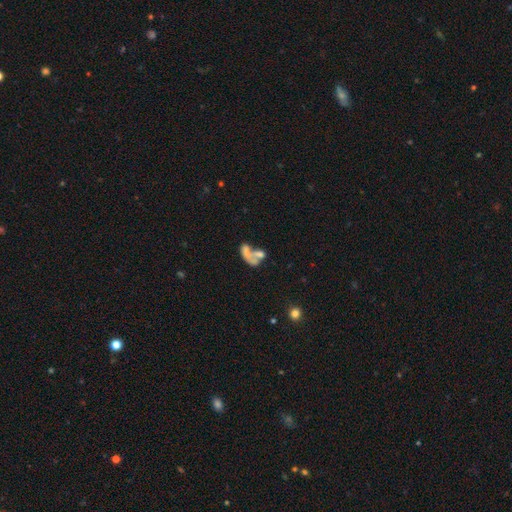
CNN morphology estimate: Smooth or featured?
  - featured or disk: 43% * (tied)
  - smooth: 43% * (tied)
  - star or artifact: 13%
Merging?
  - merger: 55% *
  - major disturbance: 21%
  - none: 15%
  - minor disturbance: 9%